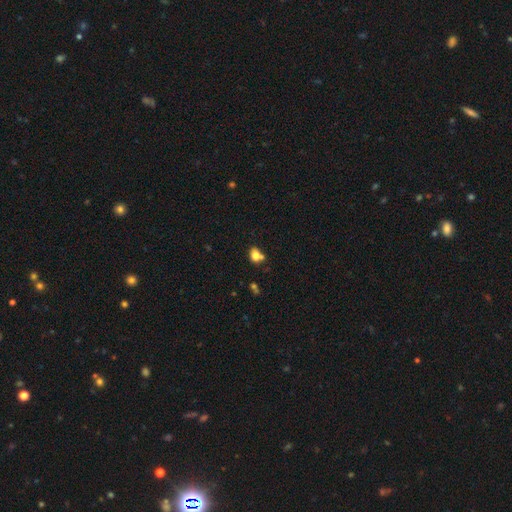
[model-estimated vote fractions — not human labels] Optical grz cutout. It shows a smooth galaxy with no disk features (78%) that is in between round and cigar-shaped (55%). Merging: none (49%).